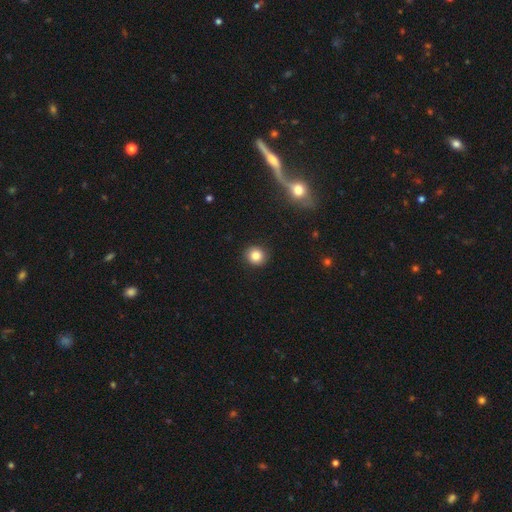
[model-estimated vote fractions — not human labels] Smooth or featured?
  - smooth: 83% *
  - star or artifact: 11%
  - featured or disk: 6%
How rounded?
  - round: 89% *
  - in between: 10%
  - cigar-shaped: 1%
Merging?
  - none: 91% *
  - minor disturbance: 6%
  - major disturbance: 2%
  - merger: 1%